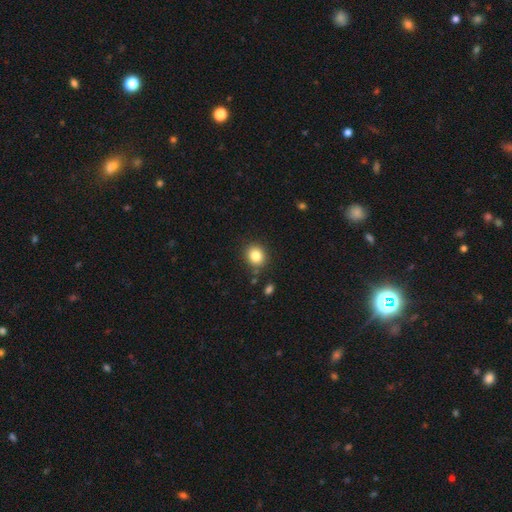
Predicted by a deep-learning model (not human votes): Smooth or featured? Predicted: smooth (p=0.83). How rounded? Predicted: round (p=0.79). Merging? Predicted: none (p=0.86).